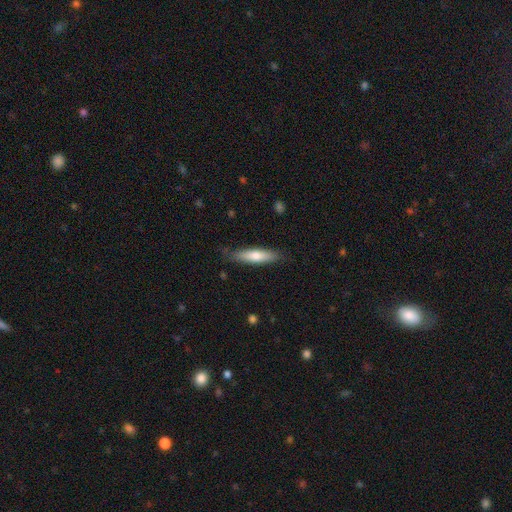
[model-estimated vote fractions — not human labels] A smooth galaxy with no disk features (68%) that is cigar-shaped (76%). Merging: none (82%).